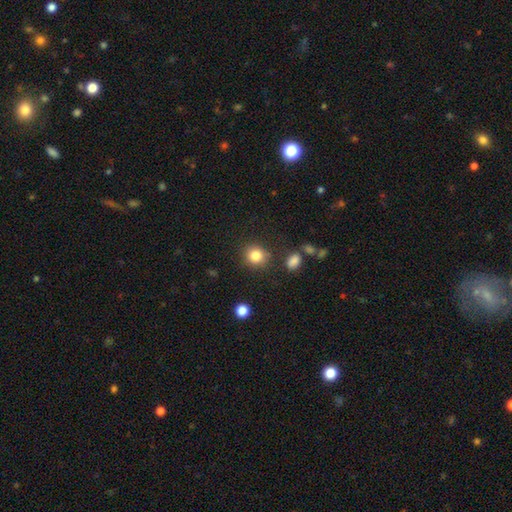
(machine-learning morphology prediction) smooth_or_featured: smooth (p=0.84) [alt: star or artifact p=0.10]
how_rounded: round (p=0.84) [alt: in between p=0.15]
merging: none (p=0.85) [alt: minor disturbance p=0.09]